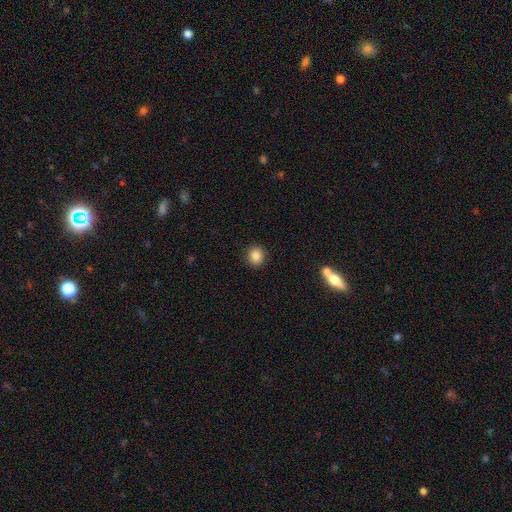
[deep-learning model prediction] smooth-or-featured: smooth: 86% | star or artifact: 10% | featured or disk: 4%
  how-rounded: round: 79% | in between: 20% | cigar-shaped: 1%
  merging: none: 91% | minor disturbance: 6% | major disturbance: 2% | merger: 1%